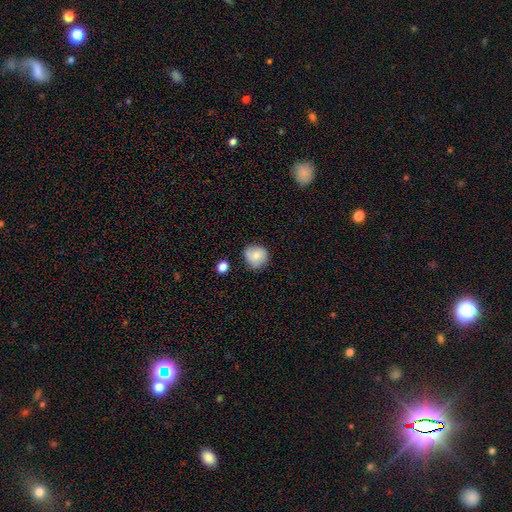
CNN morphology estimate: Smooth or featured? Predicted: smooth (p=0.77). How rounded? Predicted: round (p=0.87). Merging? Predicted: none (p=0.68).